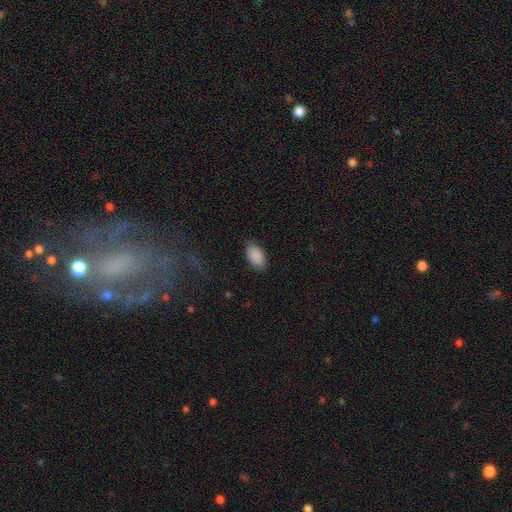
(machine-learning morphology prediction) smooth-or-featured: smooth: 89% | star or artifact: 7% | featured or disk: 5%
  how-rounded: in between: 94% | round: 4% | cigar-shaped: 2%
  merging: none: 81% | minor disturbance: 14% | major disturbance: 3% | merger: 1%